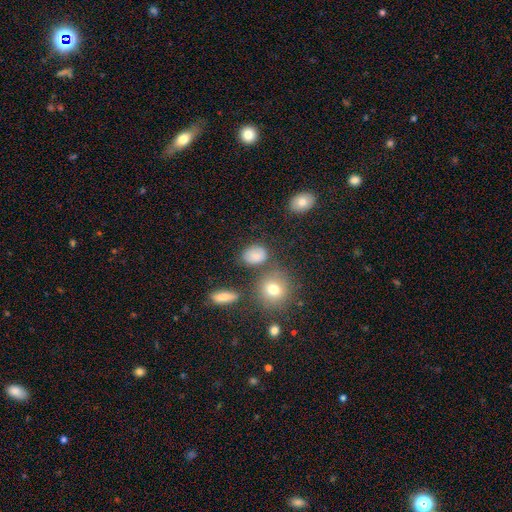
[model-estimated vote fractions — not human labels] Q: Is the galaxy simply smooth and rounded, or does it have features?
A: smooth — 75%.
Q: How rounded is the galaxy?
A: in between — 59%.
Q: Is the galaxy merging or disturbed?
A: none — 69%.